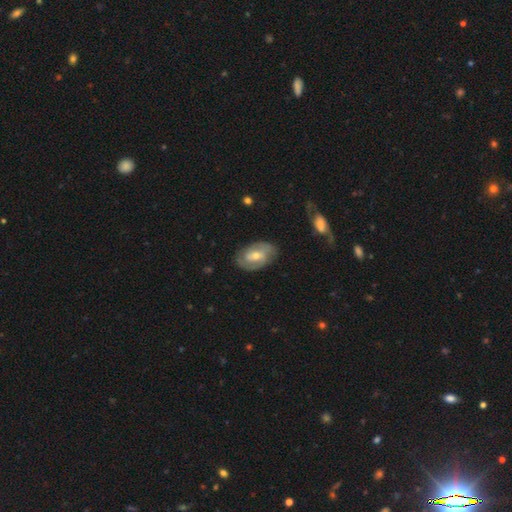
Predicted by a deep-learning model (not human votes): Smooth or featured?
  - featured or disk: 69% *
  - smooth: 25%
  - star or artifact: 6%
Edge-on disk?
  - no: 95% *
  - yes: 5%
Bar?
  - weak: 46% *
  - no: 37%
  - strong: 17%
Spiral arms?
  - yes: 81% *
  - no: 19%
Spiral winding?
  - tight: 49% *
  - medium: 37%
  - loose: 14%
Spiral arm count?
  - 2: 65% *
  - can't tell: 23%
  - 3: 5%
  - 1: 3%
  - 4: 2%
  - more than 4: 2%
Bulge size?
  - moderate: 59% *
  - small: 37%
  - large: 2%
  - none: 1%
  - dominant: 1%
Merging?
  - none: 78% *
  - minor disturbance: 16%
  - major disturbance: 4%
  - merger: 1%